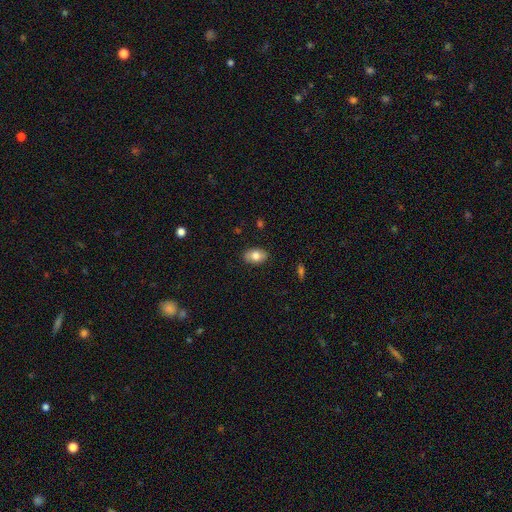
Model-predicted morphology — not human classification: Smooth or featured: smooth — 77% (featured or disk — 16%)
How rounded: in between — 88% (round — 11%)
Merging: none — 87% (minor disturbance — 10%)